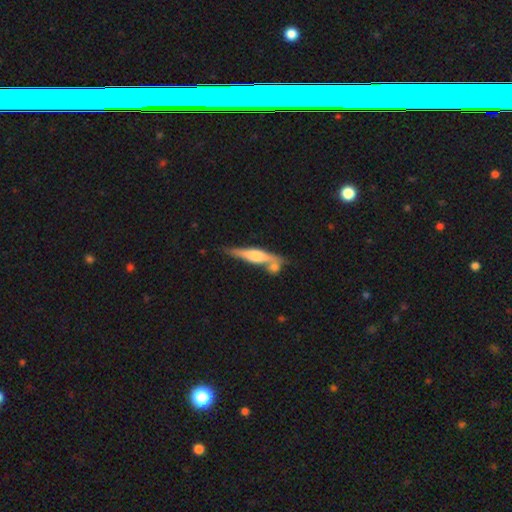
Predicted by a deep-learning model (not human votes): The model was most divided on "smooth or featured": featured or disk: 60%, smooth: 34%, star or artifact: 6%. More confident: edge-on disk — yes (93%); edge-on bulge — rounded (79%); merging — none (56%).